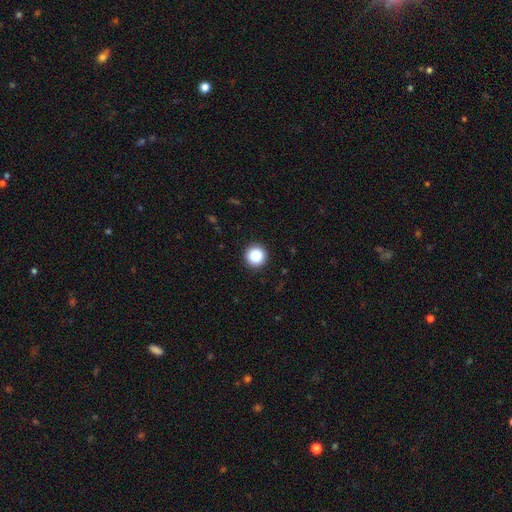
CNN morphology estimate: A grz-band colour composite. It shows a smooth galaxy with no disk features (88%) that is round (96%). Merging: none (92%).